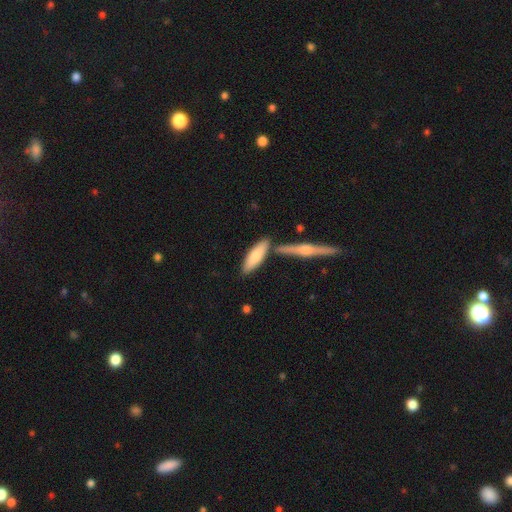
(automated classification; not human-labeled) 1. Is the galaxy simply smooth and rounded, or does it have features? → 75% smooth, 20% featured or disk, 5% star or artifact.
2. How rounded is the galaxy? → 50% cigar-shaped, 48% in between, 2% round.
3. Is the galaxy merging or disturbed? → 69% none, 17% merger, 11% minor disturbance, 3% major disturbance.